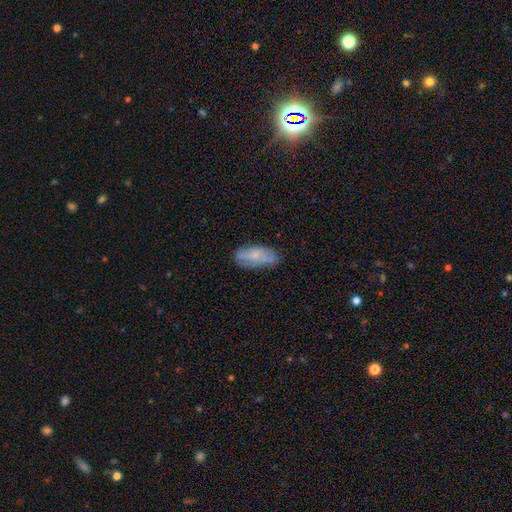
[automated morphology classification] Smooth or featured? Predicted: smooth (p=0.61). How rounded? Predicted: in between (p=0.86). Merging? Predicted: none (p=0.64).